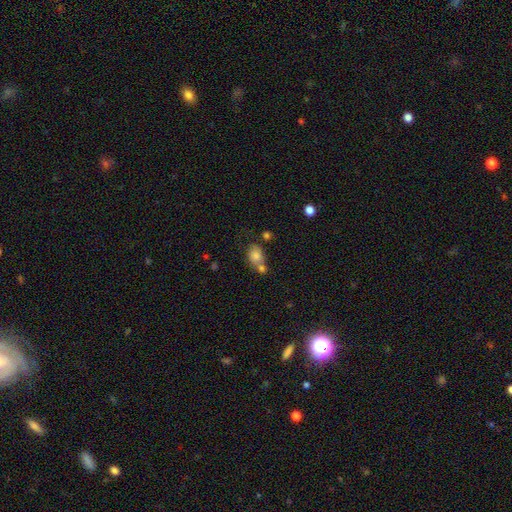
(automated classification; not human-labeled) Overall: smooth (77%). How rounded: in between (64%; round 34%). Merging: merger (39%; none 38%).